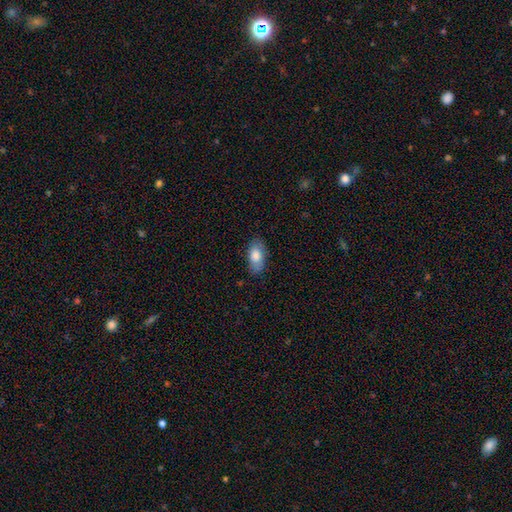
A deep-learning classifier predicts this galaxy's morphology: smooth_or_featured: smooth (p=0.81) [alt: featured or disk p=0.13]
how_rounded: in between (p=0.92) [alt: cigar-shaped p=0.05]
merging: none (p=0.81) [alt: minor disturbance p=0.15]